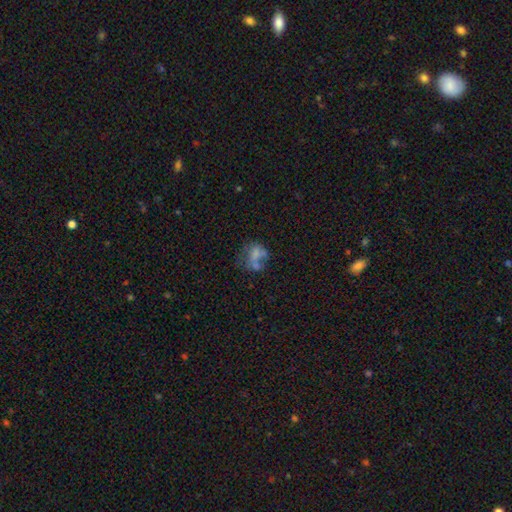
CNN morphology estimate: smooth_or_featured: smooth (p=0.48) [alt: featured or disk p=0.38]
merging: merger (p=0.29) [alt: none p=0.28]